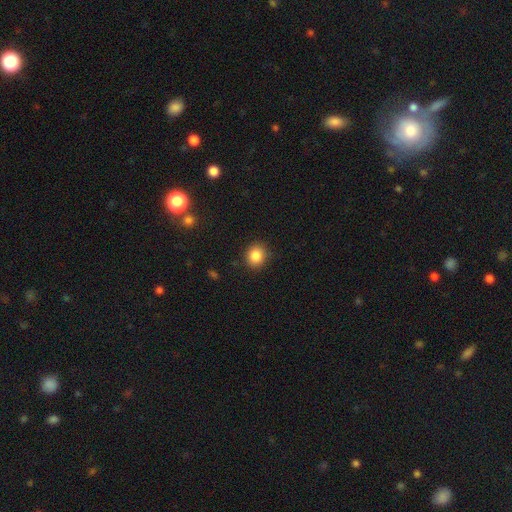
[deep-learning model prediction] The model was most divided on "how rounded": round: 77%, in between: 22%, cigar-shaped: 1%. More confident: merging — none (89%); smooth or featured — smooth (85%).